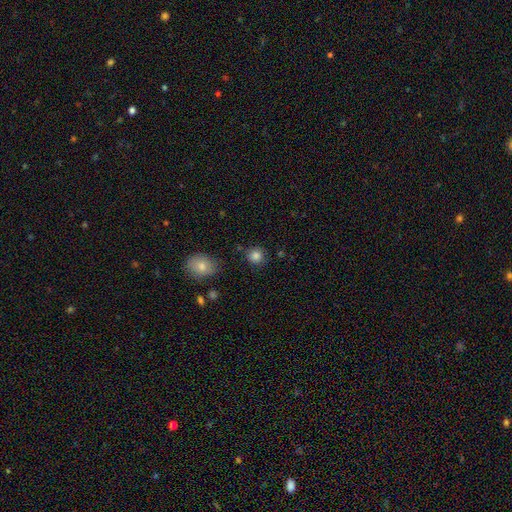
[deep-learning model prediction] smooth 85%, star or artifact 11%, featured or disk 5%. Down the decision tree: how rounded — round (90%); merging — none (83%).